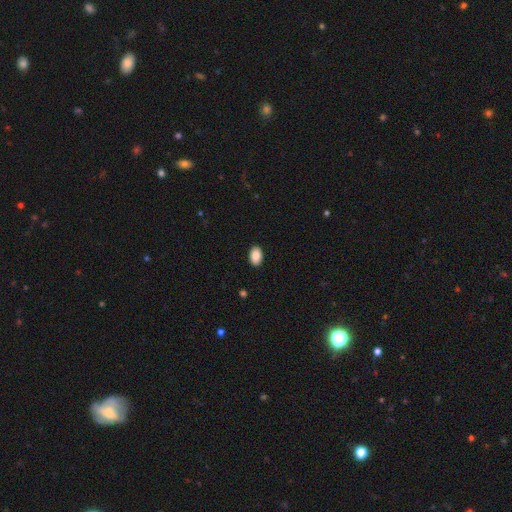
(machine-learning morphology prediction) smooth 89%, star or artifact 7%, featured or disk 4%. Down the decision tree: how rounded — in between (90%); merging — none (90%).